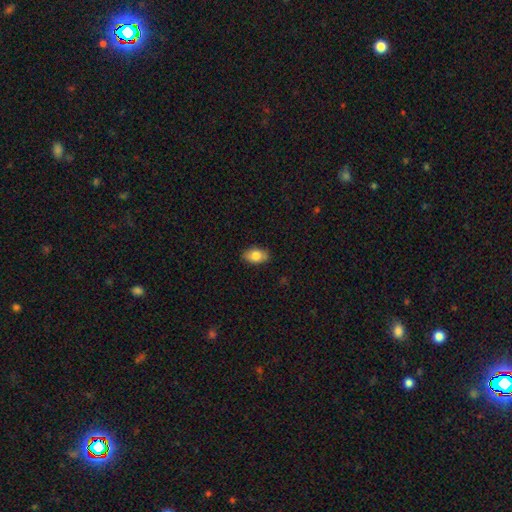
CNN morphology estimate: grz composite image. It shows a smooth galaxy with no disk features (81%) that is in between round and cigar-shaped (91%). Merging: none (88%).